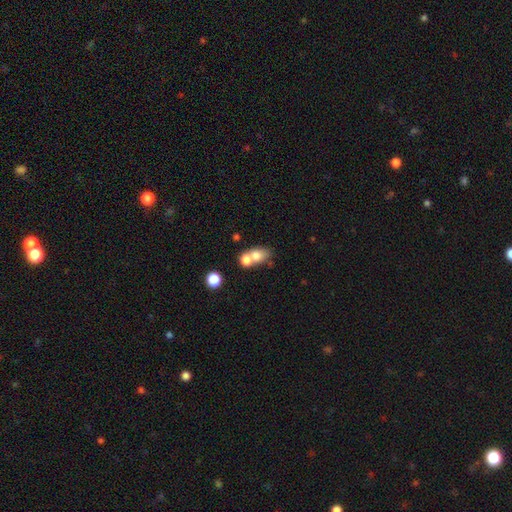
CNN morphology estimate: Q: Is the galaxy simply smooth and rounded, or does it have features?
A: smooth — 73%.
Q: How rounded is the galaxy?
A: in between — 64%.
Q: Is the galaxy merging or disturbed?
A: merger — 57%.